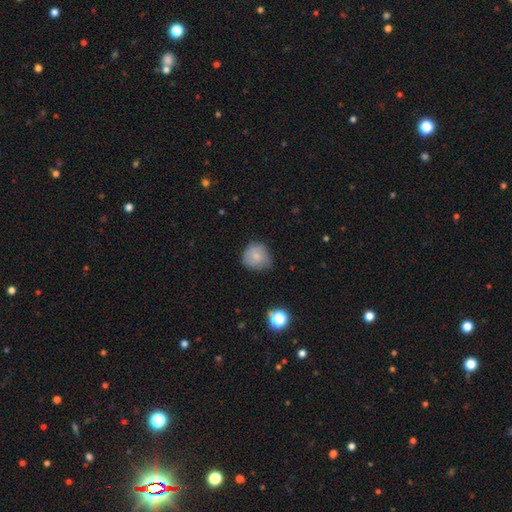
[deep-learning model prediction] Overall: smooth (75%). How rounded: round (84%). Merging: none (61%; minor disturbance 31%).